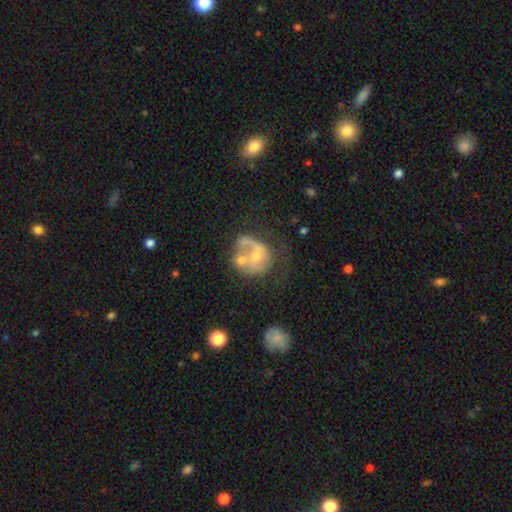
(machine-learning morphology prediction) Smooth or featured: featured or disk — 59% (smooth — 32%)
Edge-on disk: no — 98% (yes — 2%)
Bar: no — 76% (weak — 19%)
Spiral arms: no — 54% (yes — 46%)
Bulge size: moderate — 45% (small — 43%)
Merging: merger — 29% (major disturbance — 28%)